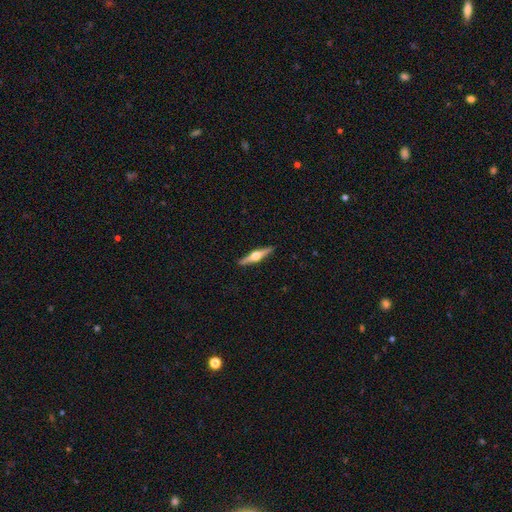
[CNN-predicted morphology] Smooth or featured? Predicted: featured or disk (p=0.76). Edge-on disk? Predicted: yes (p=0.98). Edge-on bulge? Predicted: rounded (p=0.96). Merging? Predicted: none (p=0.92).